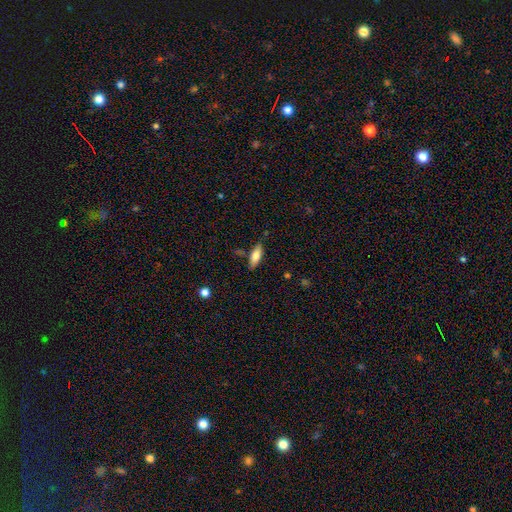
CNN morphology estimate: Overall: smooth (73%). How rounded: in between (68%; cigar-shaped 30%). Merging: none (78%).